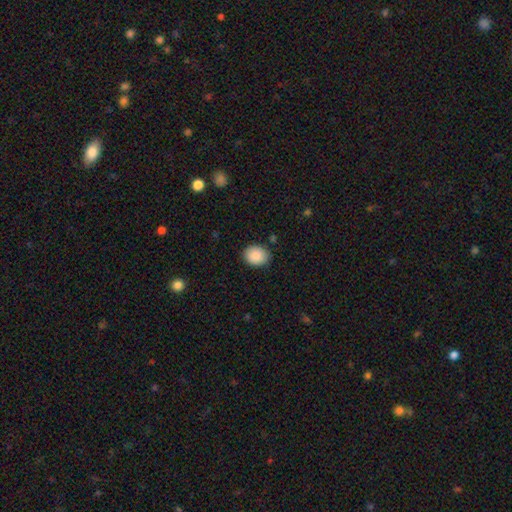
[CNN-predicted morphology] type=smooth (89%); roundness=round (52%); merging=none (85%).